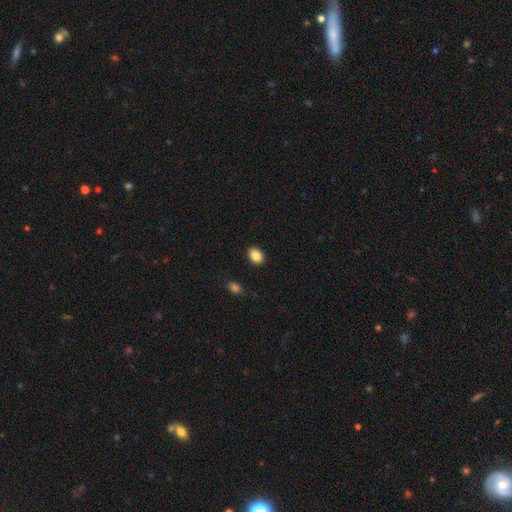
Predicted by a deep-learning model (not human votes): A smooth galaxy with no disk features (87%) that is in between round and cigar-shaped (76%). Merging: none (90%).